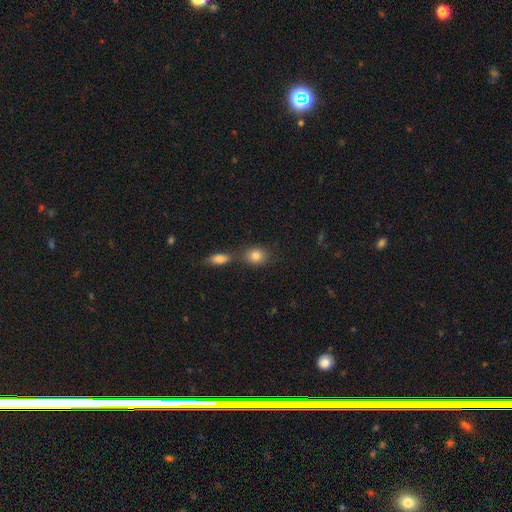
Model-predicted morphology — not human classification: Overall: smooth (82%). How rounded: round (50%; in between 48%). Merging: none (57%; merger 29%).